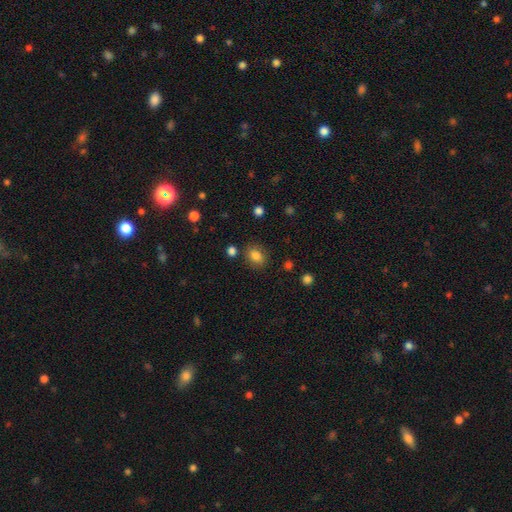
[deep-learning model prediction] Q: Smooth or featured?
A: smooth (84%); runner-up: star or artifact (10%)
Q: How rounded?
A: in between (63%); runner-up: round (36%)
Q: Merging?
A: none (80%); runner-up: minor disturbance (12%)